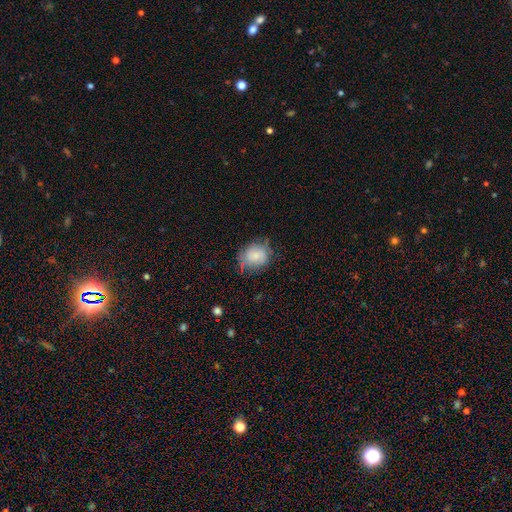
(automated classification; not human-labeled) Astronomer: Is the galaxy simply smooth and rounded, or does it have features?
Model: smooth — 72%.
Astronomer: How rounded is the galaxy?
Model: round — 64%.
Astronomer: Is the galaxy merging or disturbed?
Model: none — 61%.